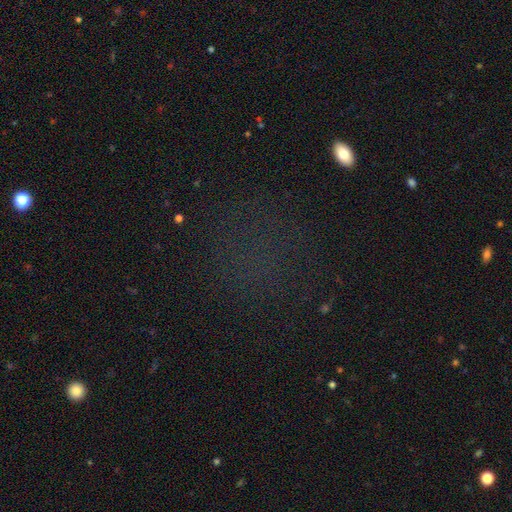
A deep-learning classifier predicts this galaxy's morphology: star or artifact 58%, smooth 29%, featured or disk 12%.